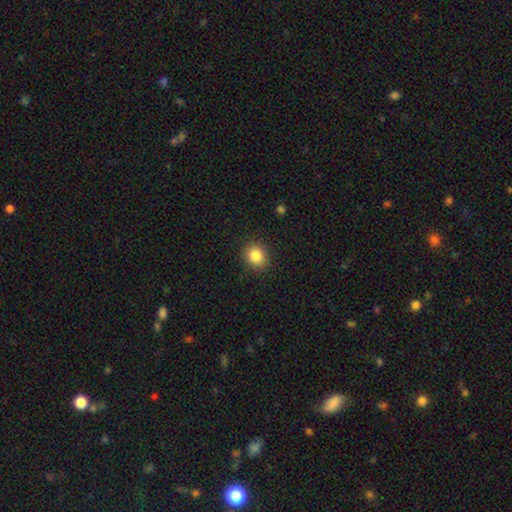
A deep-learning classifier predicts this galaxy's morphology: Overall: smooth (85%). How rounded: round (73%). Merging: none (89%).